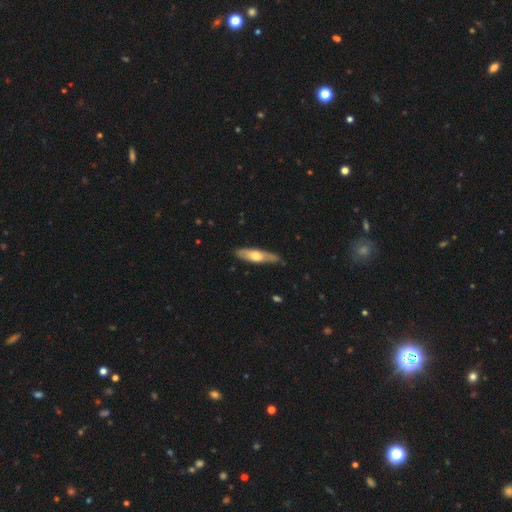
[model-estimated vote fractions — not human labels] Smooth or featured? smooth (52%)
How rounded? cigar-shaped (68%)
Merging? none (70%)